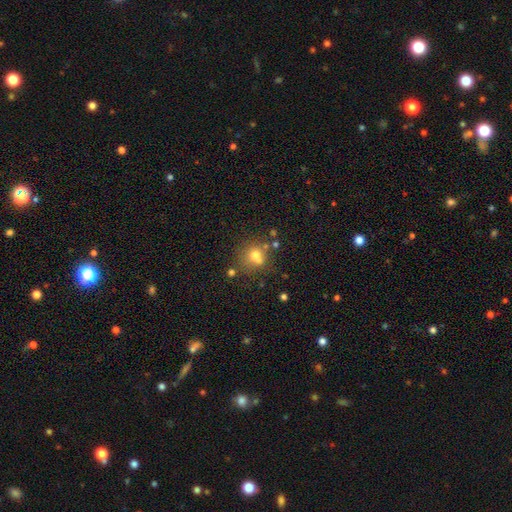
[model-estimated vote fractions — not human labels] This is likely a smooth galaxy (67%). How rounded: clearly round (83%). Merging: possibly none (54%).